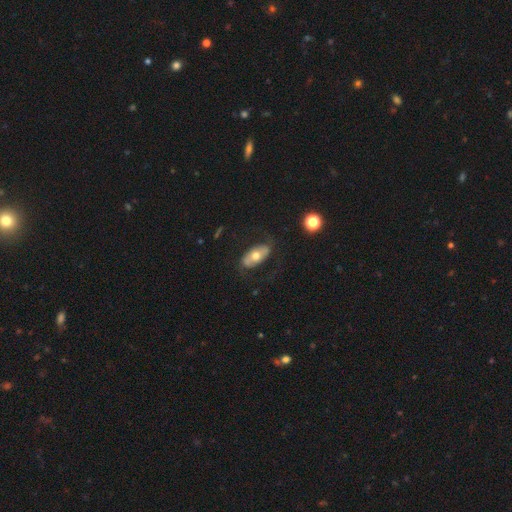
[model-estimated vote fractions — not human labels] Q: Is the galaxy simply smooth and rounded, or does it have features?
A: smooth — 49%.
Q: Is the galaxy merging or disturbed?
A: none — 73%.